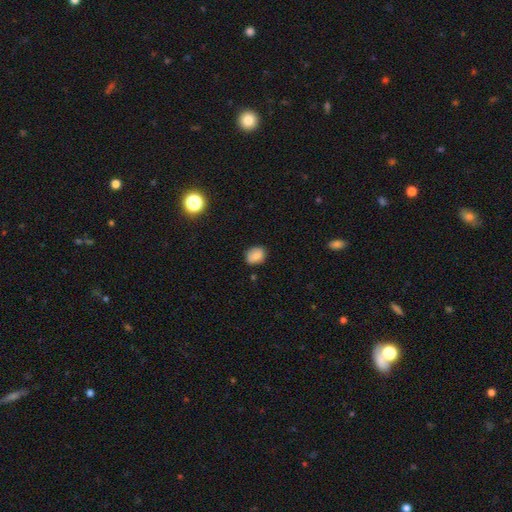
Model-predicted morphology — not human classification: Smooth or featured: smooth — 83% (star or artifact — 9%)
How rounded: in between — 53% (round — 46%)
Merging: none — 82% (minor disturbance — 14%)